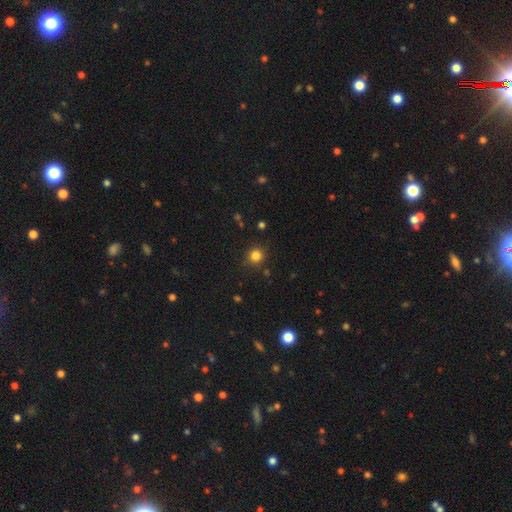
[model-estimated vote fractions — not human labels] Q: Smooth or featured?
A: smooth (82%); runner-up: star or artifact (13%)
Q: How rounded?
A: round (91%); runner-up: in between (8%)
Q: Merging?
A: none (88%); runner-up: minor disturbance (8%)